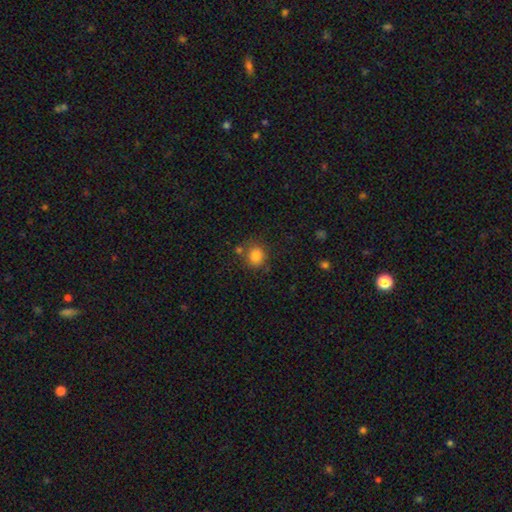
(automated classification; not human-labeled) Morphology: type=smooth (83%); roundness=round (79%); merging=none (74%).